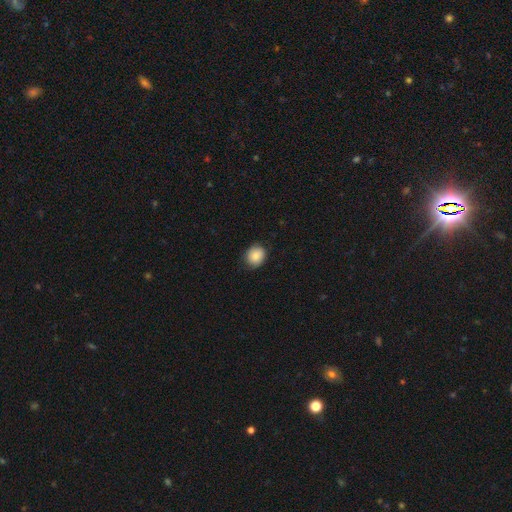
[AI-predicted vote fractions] Q: Smooth or featured?
A: smooth (83%); runner-up: featured or disk (9%)
Q: How rounded?
A: round (72%); runner-up: in between (27%)
Q: Merging?
A: none (80%); runner-up: minor disturbance (16%)